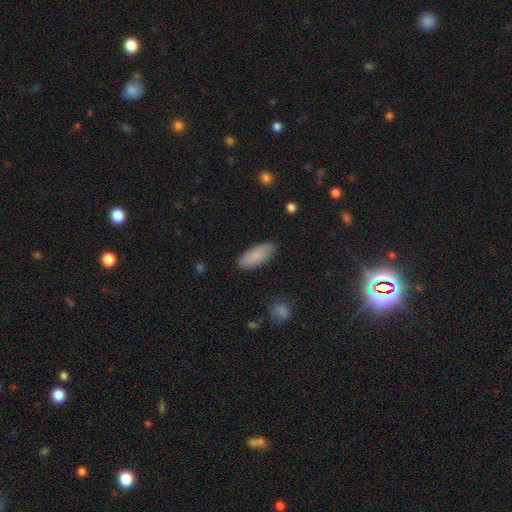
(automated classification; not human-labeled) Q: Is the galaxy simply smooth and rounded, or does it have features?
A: smooth — 84%.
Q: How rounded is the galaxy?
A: in between — 80%.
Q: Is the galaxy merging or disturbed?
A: none — 81%.